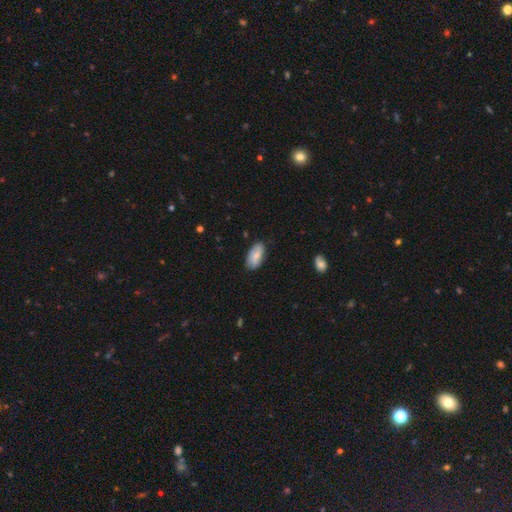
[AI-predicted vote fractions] The model was most divided on "smooth or featured": smooth: 71%, featured or disk: 23%, star or artifact: 6%. More confident: how rounded — in between (93%); merging — none (78%).